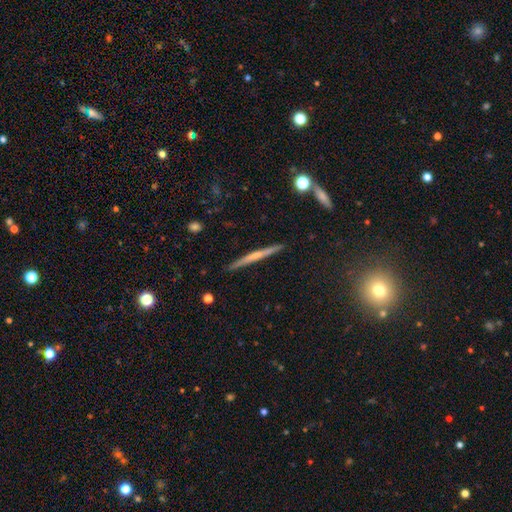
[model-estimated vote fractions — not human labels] Smooth or featured? Predicted: featured or disk (p=0.58). Edge-on disk? Predicted: yes (p=0.98). Edge-on bulge? Predicted: none (p=0.52). Merging? Predicted: none (p=0.91).